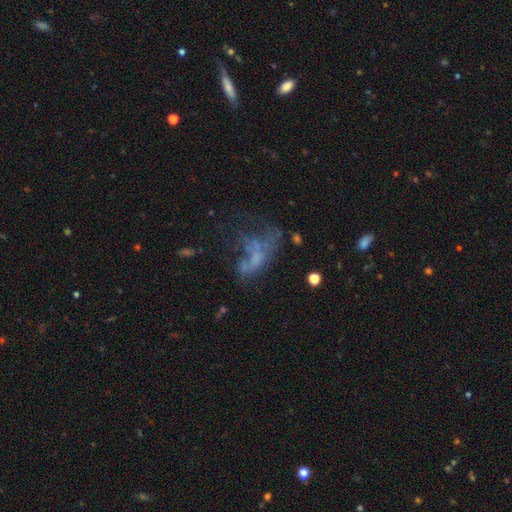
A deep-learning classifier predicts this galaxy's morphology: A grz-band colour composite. It shows a featured or disk galaxy (49%). Merging: major disturbance (41%).